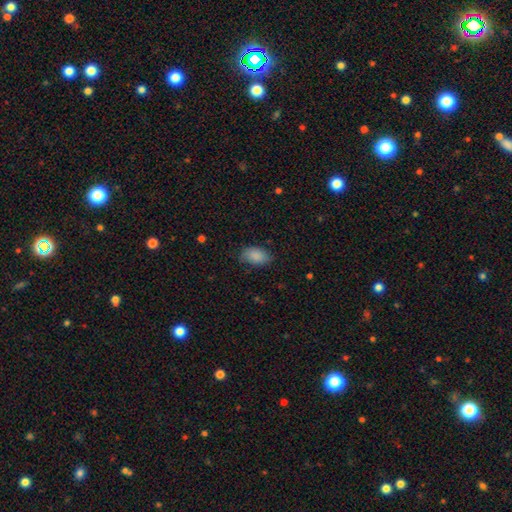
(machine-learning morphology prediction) Overall: smooth (87%). How rounded: in between (91%). Merging: none (75%).